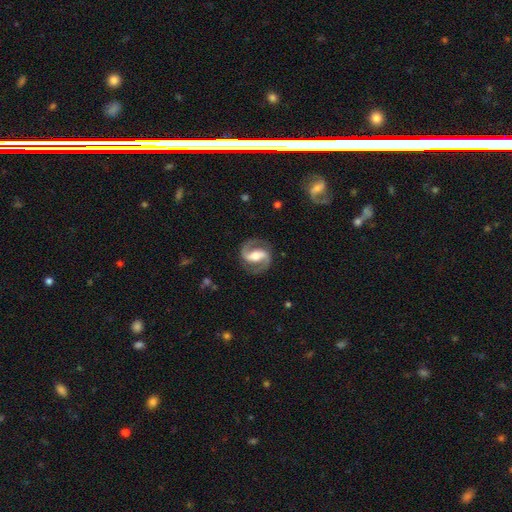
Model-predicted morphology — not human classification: featured or disk 91%, smooth 5%, star or artifact 4%. Down the decision tree: edge-on disk — no (98%); bar — strong (54%); spiral arms — yes (97%); spiral arm count — 2 (94%); spiral winding — medium (60%); bulge size — moderate (59%); merging — none (85%).